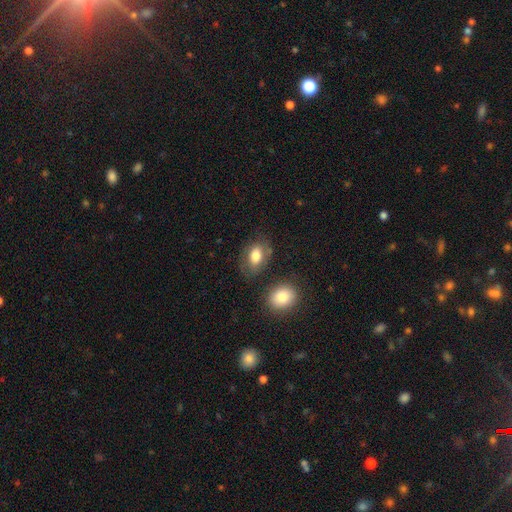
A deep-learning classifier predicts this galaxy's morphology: Smooth or featured: smooth — 75% (featured or disk — 17%)
How rounded: in between — 83% (round — 16%)
Merging: none — 65% (minor disturbance — 19%)